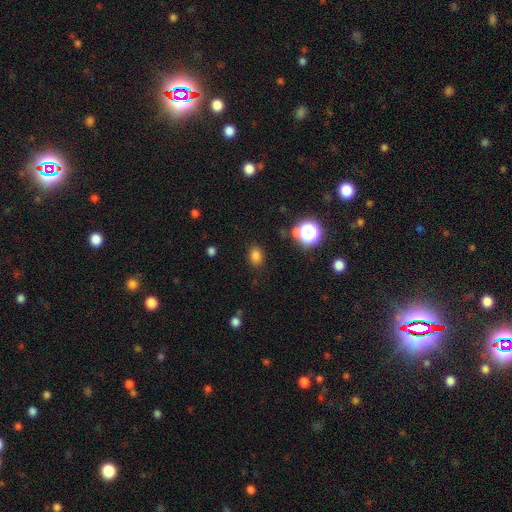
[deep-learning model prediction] This appears to be a smooth galaxy with no disk features (77%) that is in between round and cigar-shaped (65%). Merging: none (85%).